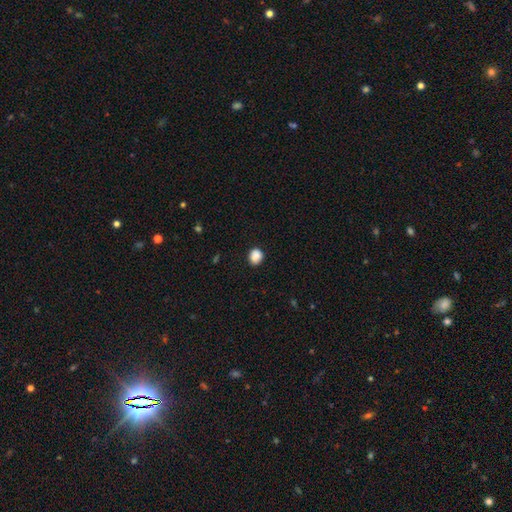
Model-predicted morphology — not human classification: This appears to be a smooth galaxy with no disk features (88%) that is round (67%). Merging: none (84%).